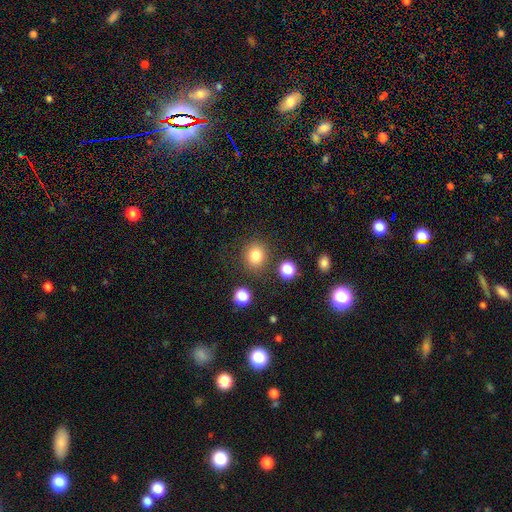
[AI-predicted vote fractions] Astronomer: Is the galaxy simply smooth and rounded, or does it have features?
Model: smooth — 81%.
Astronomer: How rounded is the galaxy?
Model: round — 83%.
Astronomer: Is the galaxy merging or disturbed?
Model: none — 83%.